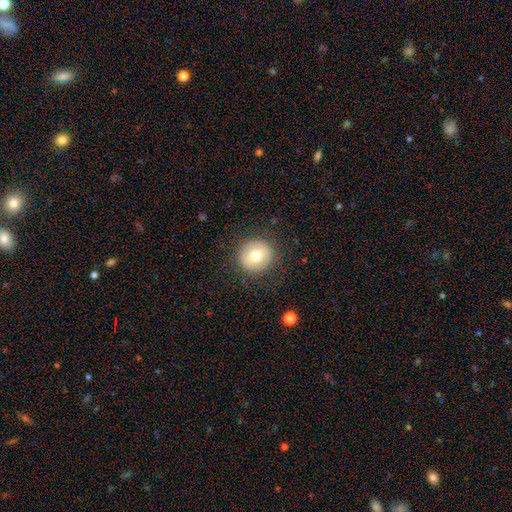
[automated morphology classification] smooth_or_featured: smooth (p=0.69) [alt: featured or disk p=0.22]
how_rounded: round (p=0.93) [alt: in between p=0.06]
merging: none (p=0.88) [alt: minor disturbance p=0.08]